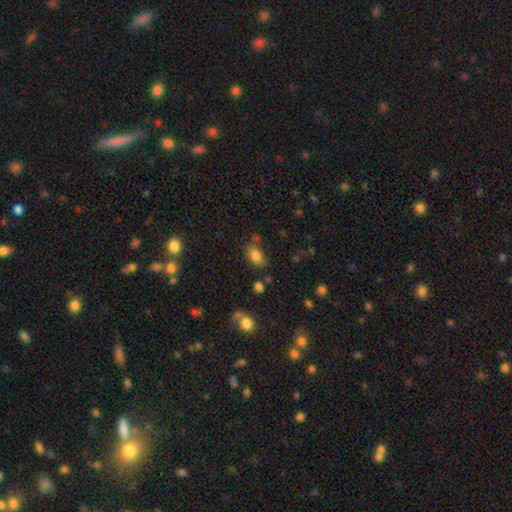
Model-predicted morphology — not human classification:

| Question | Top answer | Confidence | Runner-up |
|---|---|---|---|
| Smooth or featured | smooth | 80% | star or artifact (10%) |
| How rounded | in between | 84% | round (14%) |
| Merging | none | 68% | minor disturbance (19%) |